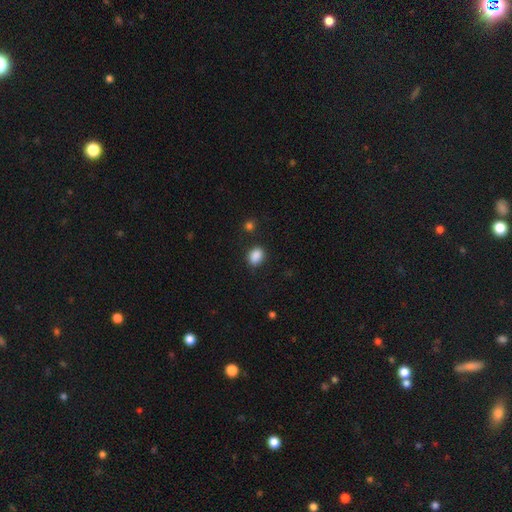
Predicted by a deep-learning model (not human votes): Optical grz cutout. It shows a smooth galaxy with no disk features (87%) that is in between round and cigar-shaped (65%). Merging: none (80%).